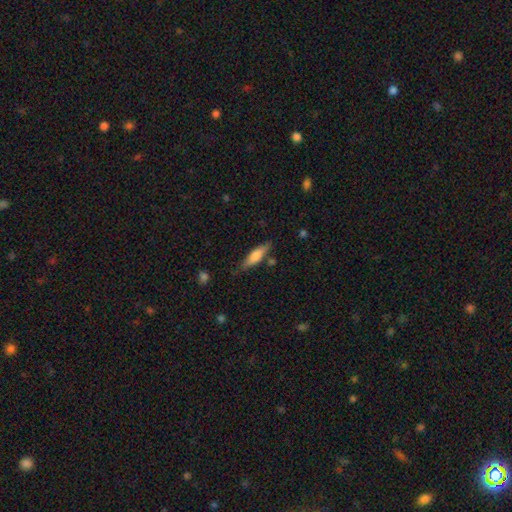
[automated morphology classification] Smooth or featured? Predicted: smooth (p=0.68). How rounded? Predicted: cigar-shaped (p=0.65). Merging? Predicted: none (p=0.75).